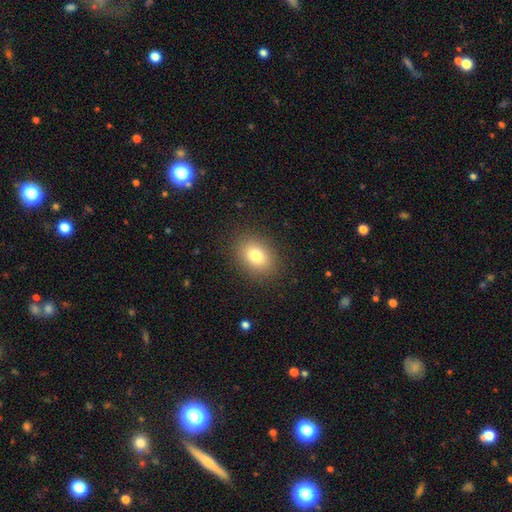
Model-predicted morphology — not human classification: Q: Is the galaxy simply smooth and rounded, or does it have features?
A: smooth — 80%.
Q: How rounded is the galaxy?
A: in between — 67%.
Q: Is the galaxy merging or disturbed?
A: none — 88%.